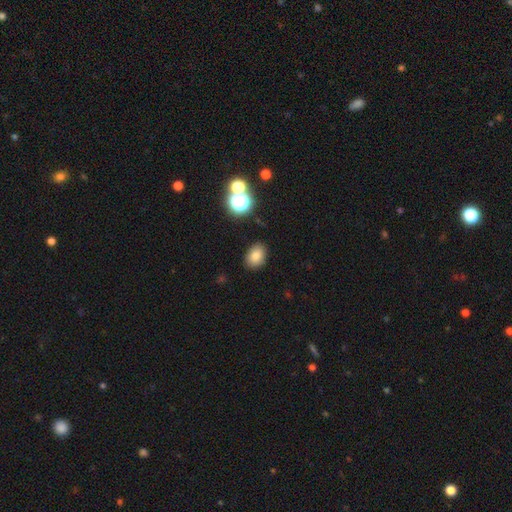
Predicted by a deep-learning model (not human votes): This is likely a smooth galaxy (80%). How rounded: likely in between (74%). Merging: clearly none (85%).